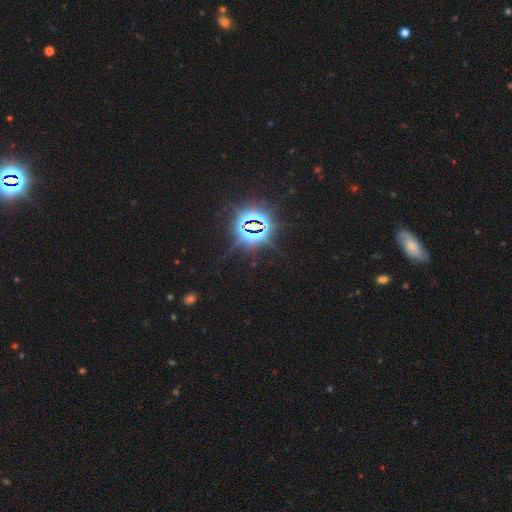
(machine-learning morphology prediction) The model was most divided on "smooth or featured": star or artifact: 80%, smooth: 13%, featured or disk: 7%.